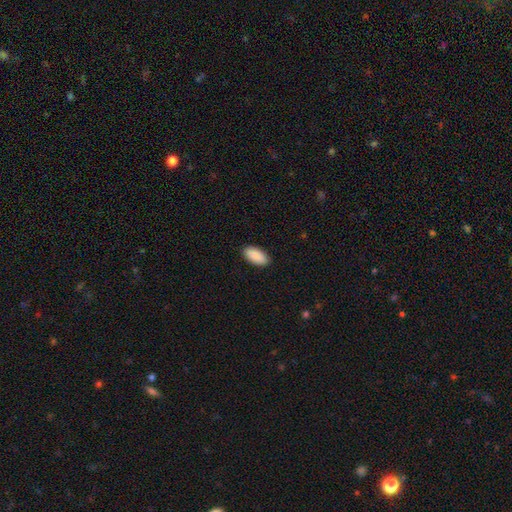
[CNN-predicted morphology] smooth 91%, star or artifact 6%, featured or disk 3%. Down the decision tree: how rounded — in between (94%); merging — none (90%).